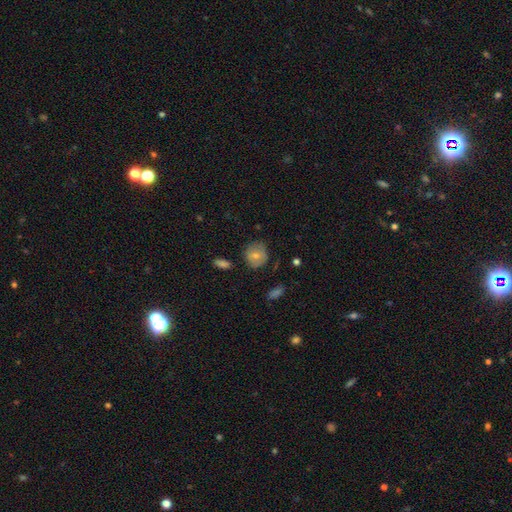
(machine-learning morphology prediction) smooth 71%, featured or disk 21%, star or artifact 8%. Down the decision tree: how rounded — round (79%); merging — none (71%).